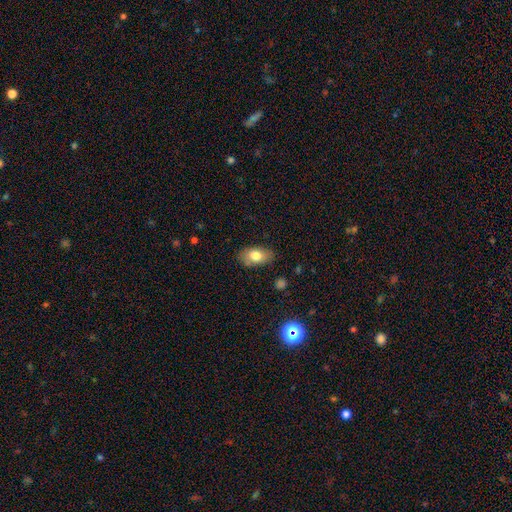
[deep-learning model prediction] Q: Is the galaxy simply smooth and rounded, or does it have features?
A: smooth — 77%.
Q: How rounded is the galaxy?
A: in between — 91%.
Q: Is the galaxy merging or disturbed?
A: none — 82%.